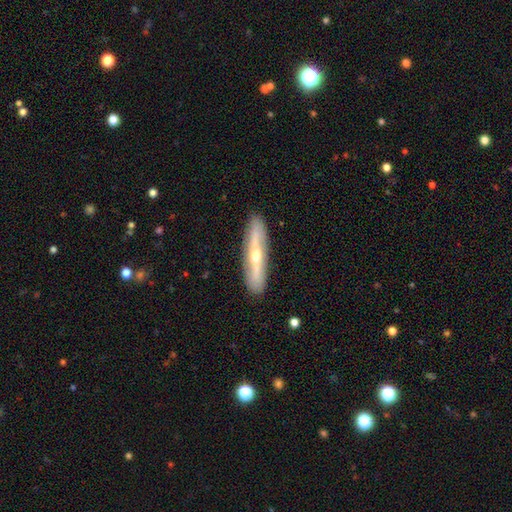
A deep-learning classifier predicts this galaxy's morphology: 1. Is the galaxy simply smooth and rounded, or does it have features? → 68% featured or disk, 27% smooth, 6% star or artifact.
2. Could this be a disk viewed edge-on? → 72% yes, 28% no.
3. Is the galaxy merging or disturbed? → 89% none, 8% minor disturbance, 2% major disturbance, 1% merger.